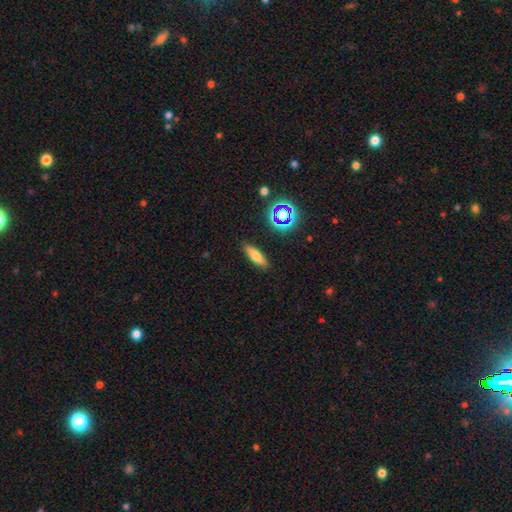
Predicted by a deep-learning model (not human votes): Morphology: type=smooth (71%); roundness=cigar-shaped (52%); merging=none (88%).